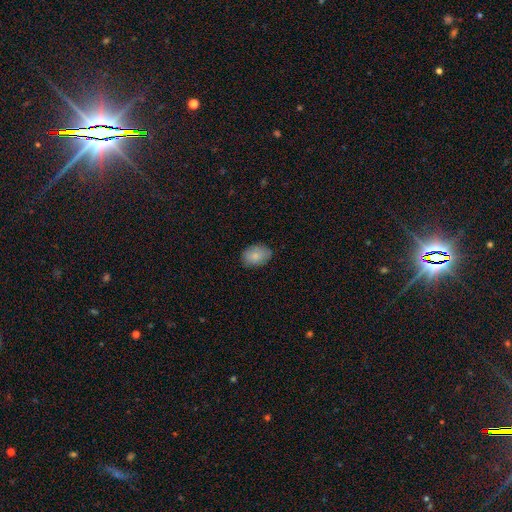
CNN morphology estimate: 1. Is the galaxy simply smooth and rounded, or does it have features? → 83% smooth, 10% featured or disk, 7% star or artifact.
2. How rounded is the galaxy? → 84% in between, 15% round, 1% cigar-shaped.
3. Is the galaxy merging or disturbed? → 81% none, 15% minor disturbance, 3% major disturbance, 1% merger.